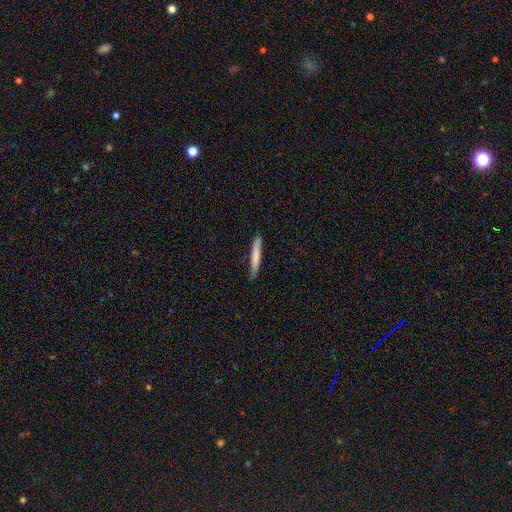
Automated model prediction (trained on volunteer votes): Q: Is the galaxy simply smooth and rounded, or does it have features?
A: smooth — 72%.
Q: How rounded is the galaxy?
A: cigar-shaped — 96%.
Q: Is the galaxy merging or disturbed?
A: none — 81%.